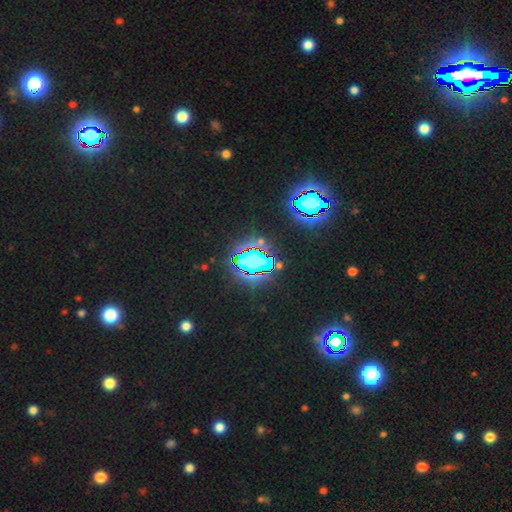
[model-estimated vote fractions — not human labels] Smooth or featured?
  - star or artifact: 80% *
  - smooth: 12%
  - featured or disk: 8%